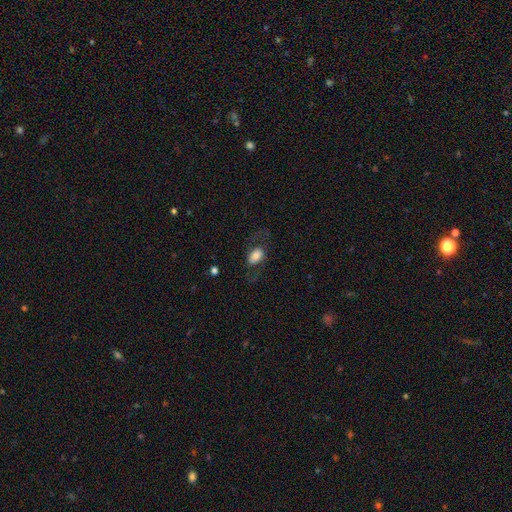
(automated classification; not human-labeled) This is likely a smooth galaxy (66%). How rounded: clearly in between (88%). Merging: likely none (65%).